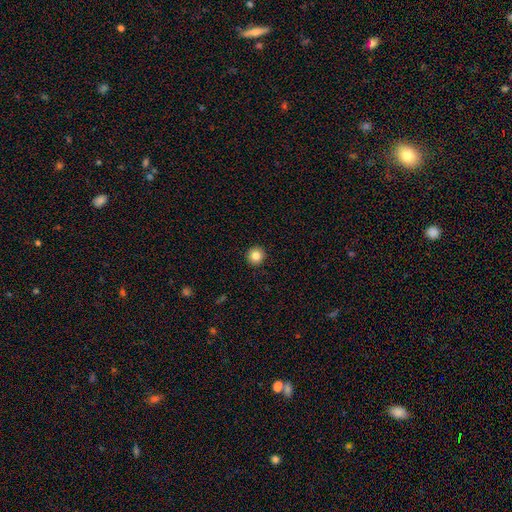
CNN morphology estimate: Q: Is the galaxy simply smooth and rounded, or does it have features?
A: smooth — 84%.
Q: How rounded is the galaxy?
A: round — 96%.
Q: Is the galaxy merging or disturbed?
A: none — 94%.